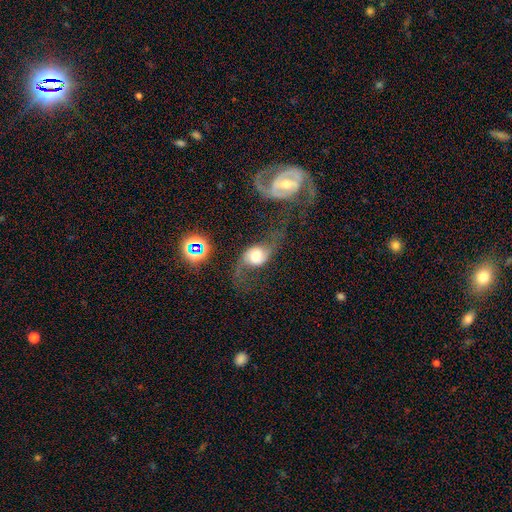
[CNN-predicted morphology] smooth-or-featured: featured or disk: 68% | smooth: 23% | star or artifact: 9%
  disk-edge-on: no: 95% | yes: 5%
    bar: no: 56% | weak: 32% | strong: 12%
    has-spiral-arms: yes: 91% | no: 9%
      spiral-winding: loose: 79% | medium: 17% | tight: 4%
      spiral-arm-count: 2: 89% | 1: 5% | can't tell: 3% | 3: 1% | 4: 1% | more than 4: 1%
    bulge-size: large: 36% (tied) | moderate: 36% (tied) | dominant: 14% | small: 10% | none: 3%
  merging: none: 41% | major disturbance: 29% | minor disturbance: 19% | merger: 12%